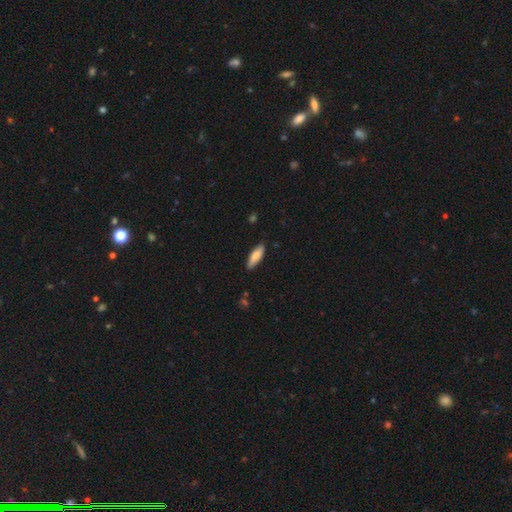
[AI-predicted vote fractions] Smooth or featured? smooth (79%)
How rounded? in between (55%)
Merging? none (84%)